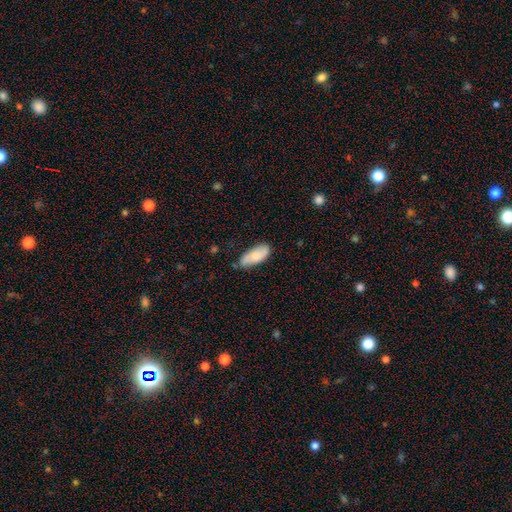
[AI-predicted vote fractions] Q: Smooth or featured?
A: smooth (72%); runner-up: featured or disk (22%)
Q: How rounded?
A: in between (83%); runner-up: cigar-shaped (15%)
Q: Merging?
A: none (68%); runner-up: minor disturbance (25%)